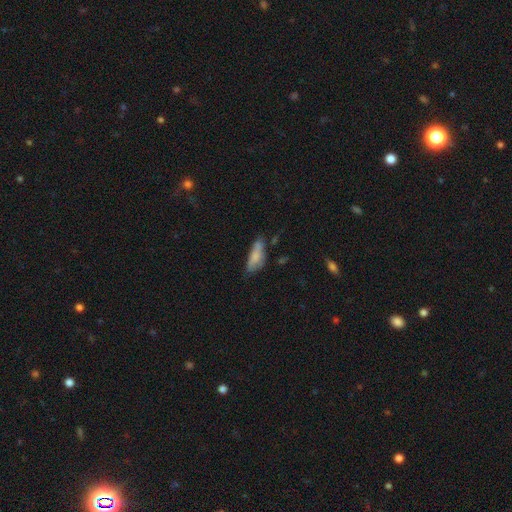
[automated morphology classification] This is likely a smooth galaxy (71%). How rounded: likely in between (66%). Merging: marginally none (43%).